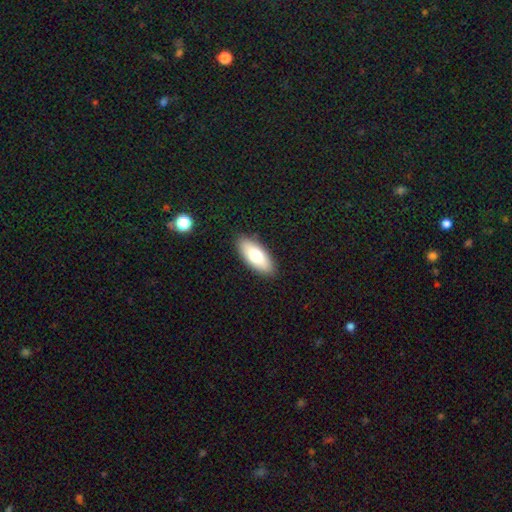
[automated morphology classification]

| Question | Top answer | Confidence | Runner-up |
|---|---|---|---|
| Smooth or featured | smooth | 75% | featured or disk (18%) |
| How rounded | in between | 83% | cigar-shaped (14%) |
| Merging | none | 89% | minor disturbance (8%) |